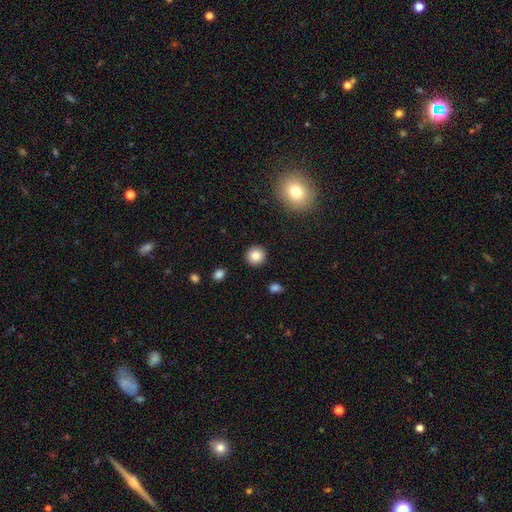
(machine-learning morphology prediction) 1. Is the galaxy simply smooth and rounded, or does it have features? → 85% smooth, 9% star or artifact, 6% featured or disk.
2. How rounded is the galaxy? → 92% round, 7% in between, 1% cigar-shaped.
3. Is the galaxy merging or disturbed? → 92% none, 5% minor disturbance, 2% major disturbance, 1% merger.